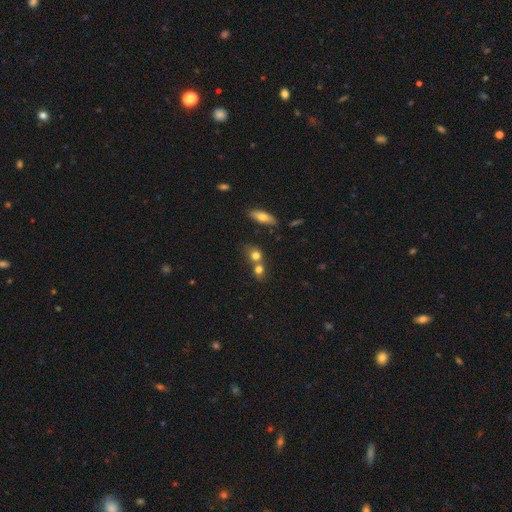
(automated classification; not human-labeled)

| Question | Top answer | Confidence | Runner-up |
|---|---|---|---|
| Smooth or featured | smooth | 73% | featured or disk (14%) |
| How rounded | round | 73% | in between (24%) |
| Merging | merger | 47% | none (41%) |